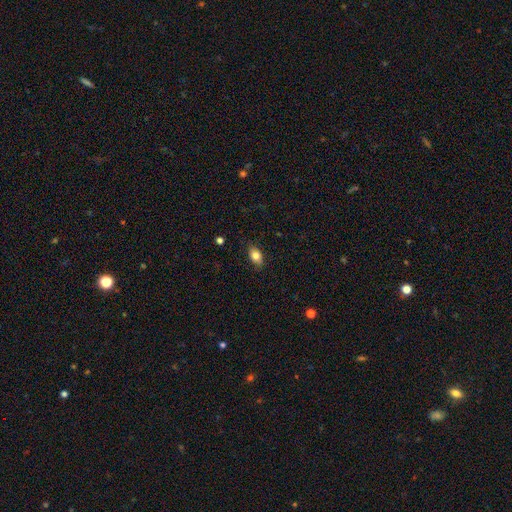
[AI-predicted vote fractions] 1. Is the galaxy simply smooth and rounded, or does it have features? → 79% smooth, 13% featured or disk, 8% star or artifact.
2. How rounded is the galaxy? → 86% in between, 9% round, 4% cigar-shaped.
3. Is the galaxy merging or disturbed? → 83% none, 13% minor disturbance, 3% major disturbance, 1% merger.